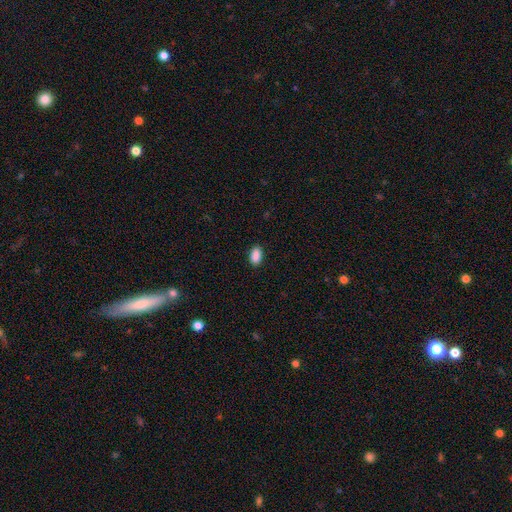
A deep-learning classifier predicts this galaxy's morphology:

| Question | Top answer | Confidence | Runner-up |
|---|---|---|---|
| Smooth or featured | smooth | 90% | star or artifact (8%) |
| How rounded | in between | 92% | round (5%) |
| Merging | none | 89% | minor disturbance (8%) |